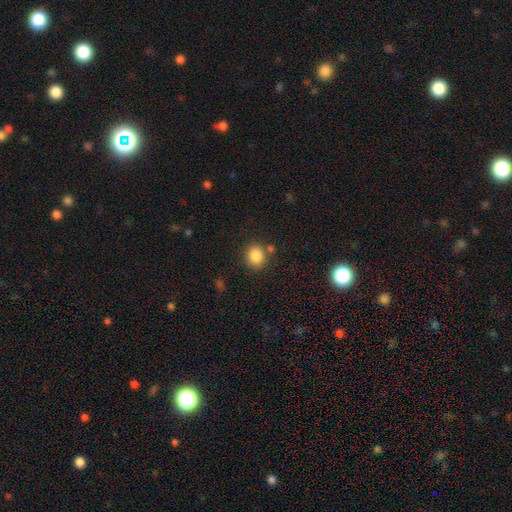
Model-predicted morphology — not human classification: Smooth or featured? smooth (86%)
How rounded? round (68%)
Merging? none (77%)